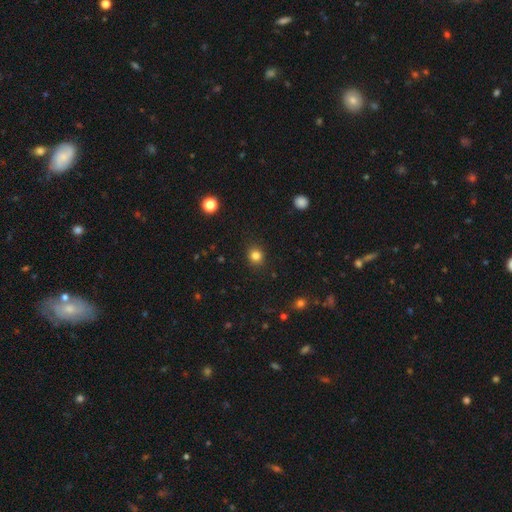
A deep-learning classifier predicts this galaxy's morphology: A smooth galaxy with no disk features (82%) that is round (84%). Merging: none (90%).